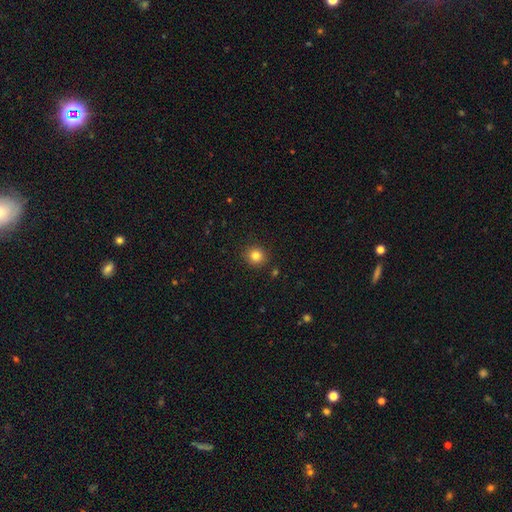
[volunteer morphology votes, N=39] smooth 85%, star or artifact 10%, featured or disk 5%. Down the decision tree: how rounded — round (88%); merging — none (86%).